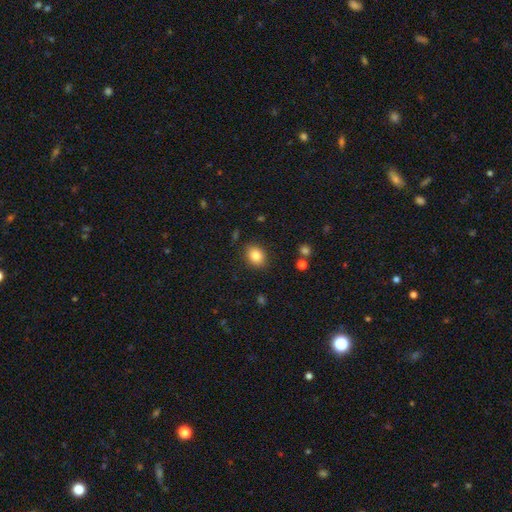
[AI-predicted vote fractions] The model was most divided on "how rounded": round: 53%, in between: 46%, cigar-shaped: 1%. More confident: merging — none (86%); smooth or featured — smooth (84%).